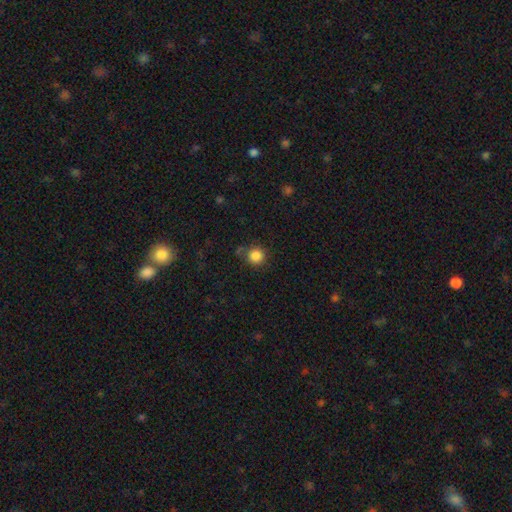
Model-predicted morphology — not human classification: Smooth or featured?
  - smooth: 85% *
  - star or artifact: 11%
  - featured or disk: 4%
How rounded?
  - round: 93% *
  - in between: 6%
  - cigar-shaped: 1%
Merging?
  - none: 80% *
  - minor disturbance: 12%
  - merger: 5%
  - major disturbance: 4%